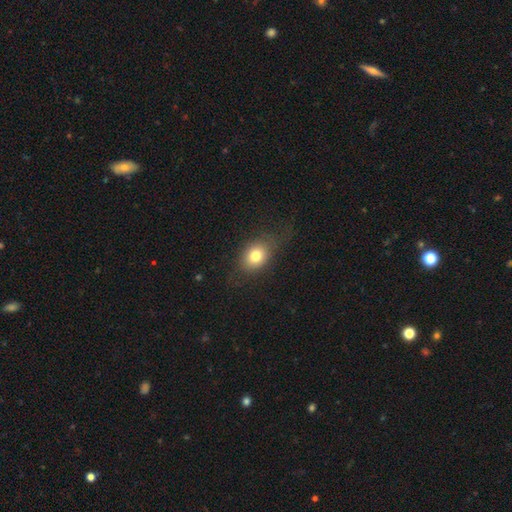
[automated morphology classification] type=smooth (77%); roundness=in between (63%); merging=none (69%).